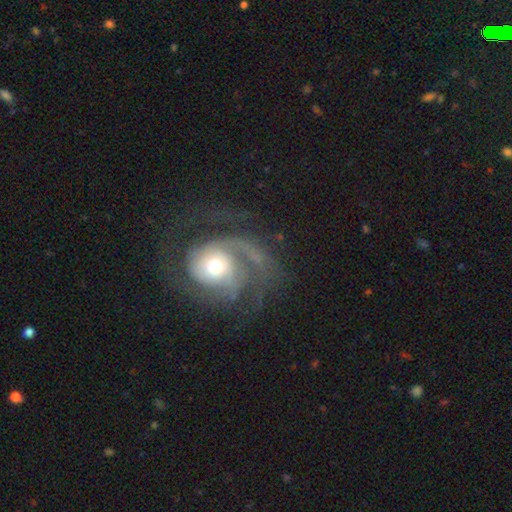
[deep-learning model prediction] Q: Smooth or featured?
A: featured or disk (86%); runner-up: smooth (9%)
Q: Edge-on disk?
A: no (98%); runner-up: yes (2%)
Q: Bar?
A: no (73%); runner-up: weak (21%)
Q: Spiral arms?
A: yes (95%); runner-up: no (5%)
Q: Spiral winding?
A: tight (43%); runner-up: medium (41%)
Q: Spiral arm count?
A: 2 (36%); runner-up: 1 (23%)
Q: Bulge size?
A: moderate (62%); runner-up: small (25%)
Q: Merging?
A: none (56%); runner-up: major disturbance (26%)